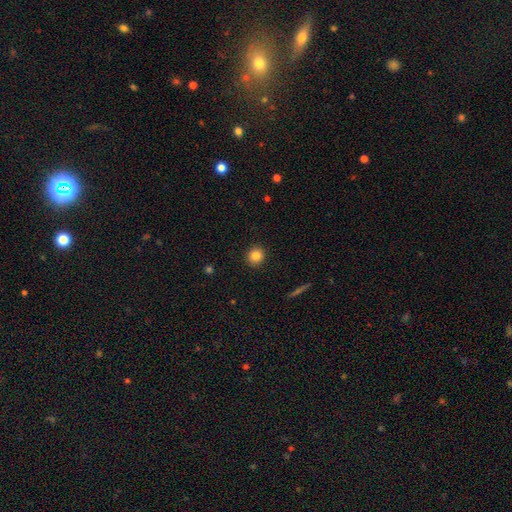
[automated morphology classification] type=smooth (83%); roundness=round (88%); merging=none (92%).